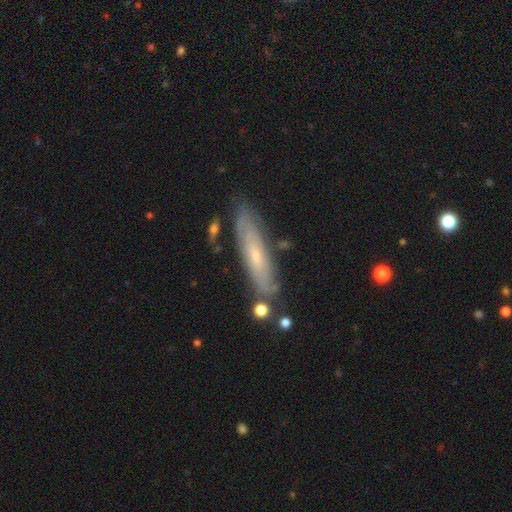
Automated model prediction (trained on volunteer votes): A featured or disk galaxy (60%). Merging: none (78%).